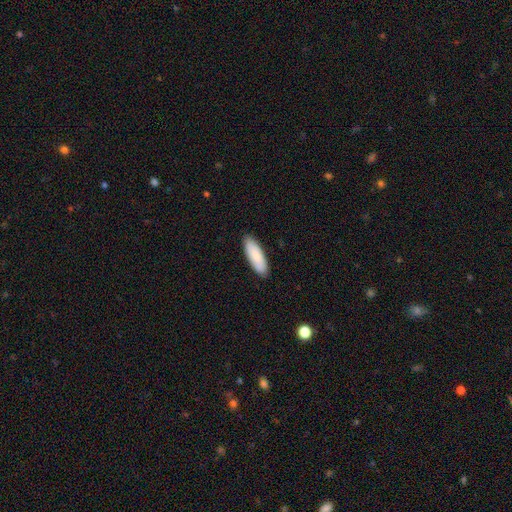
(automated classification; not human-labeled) Morphology: type=smooth (87%); roundness=in between (56%); merging=none (89%).